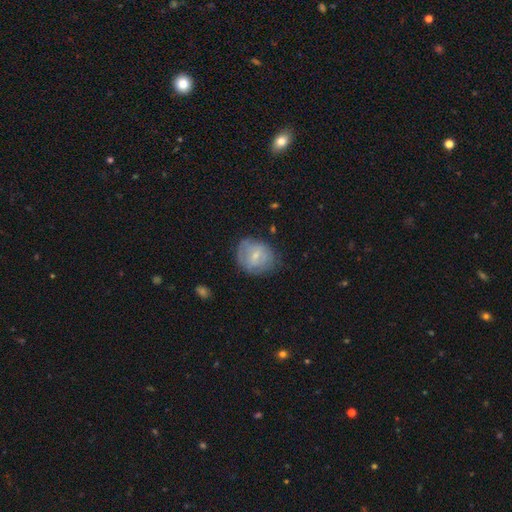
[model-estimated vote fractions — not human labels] smooth_or_featured: smooth (p=0.51) [alt: featured or disk p=0.42]
how_rounded: round (p=0.67) [alt: in between p=0.32]
merging: none (p=0.63) [alt: minor disturbance p=0.25]